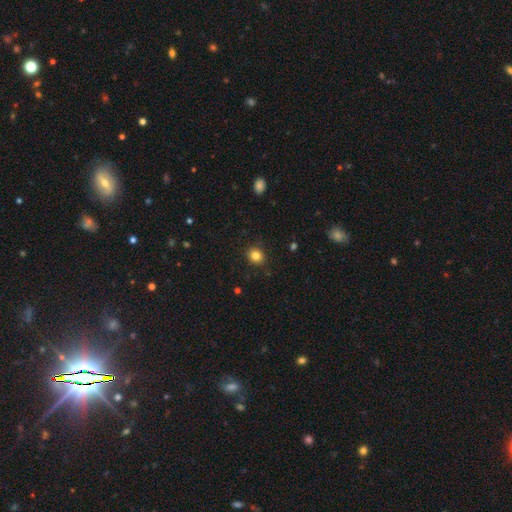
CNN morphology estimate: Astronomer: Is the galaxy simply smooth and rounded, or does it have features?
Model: smooth — 83%.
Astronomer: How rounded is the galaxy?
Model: round — 80%.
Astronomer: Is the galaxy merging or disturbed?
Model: none — 89%.